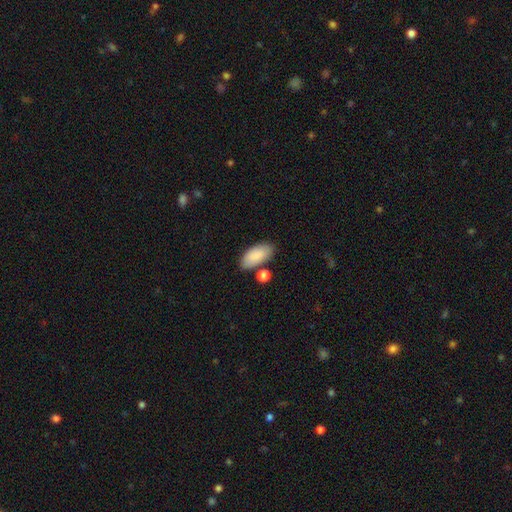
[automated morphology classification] This is clearly a smooth galaxy (87%). How rounded: clearly in between (92%). Merging: likely none (72%).